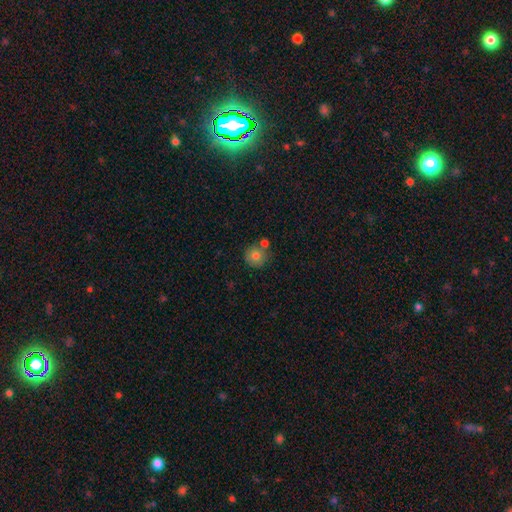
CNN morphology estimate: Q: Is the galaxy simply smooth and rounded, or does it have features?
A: smooth — 79%.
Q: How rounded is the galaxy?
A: round — 92%.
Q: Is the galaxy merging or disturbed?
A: none — 67%.